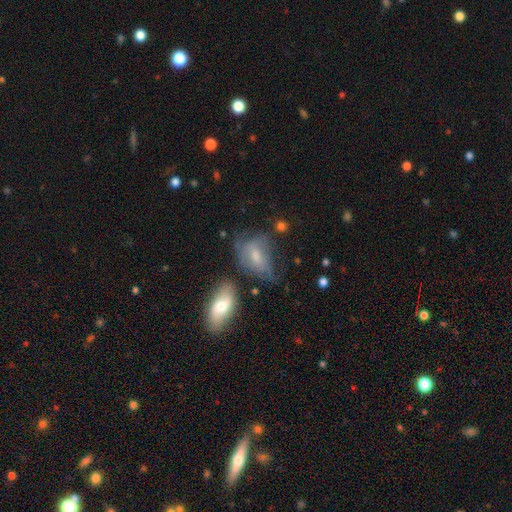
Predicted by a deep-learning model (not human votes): This appears to be a smooth galaxy with no disk features (52%) that is in between round and cigar-shaped (83%). Merging: none (36%).